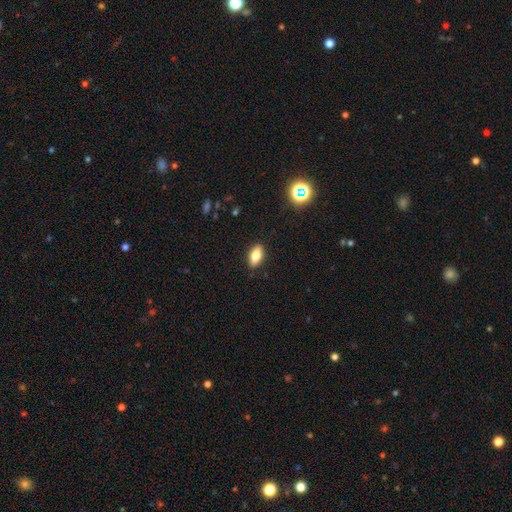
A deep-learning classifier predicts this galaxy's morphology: type=smooth (78%); roundness=in between (88%); merging=none (88%).